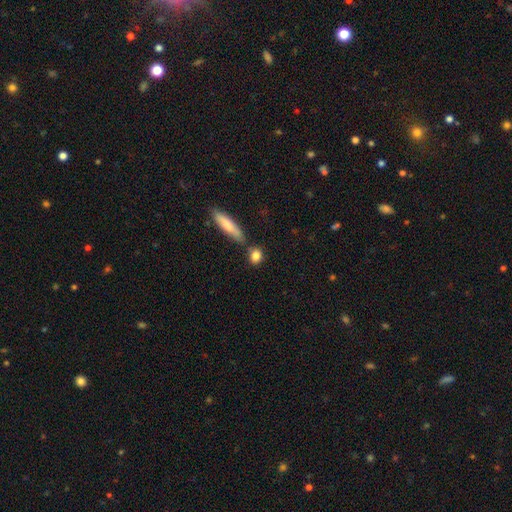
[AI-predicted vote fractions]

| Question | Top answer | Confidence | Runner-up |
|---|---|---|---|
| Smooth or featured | smooth | 84% | featured or disk (8%) |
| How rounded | round | 47% | in between (41%) |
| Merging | none | 67% | merger (15%) |